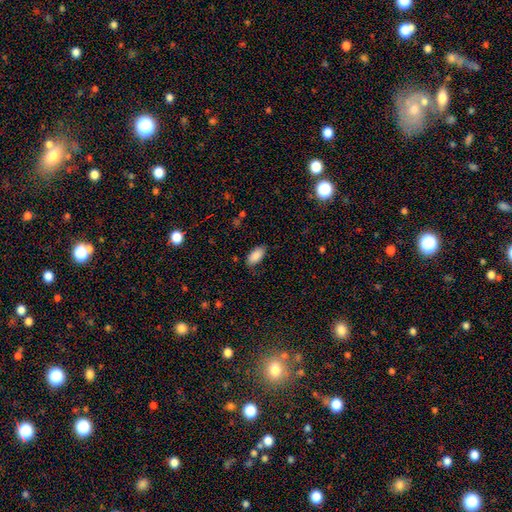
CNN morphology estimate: Overall: smooth (88%). How rounded: in between (93%). Merging: none (81%).